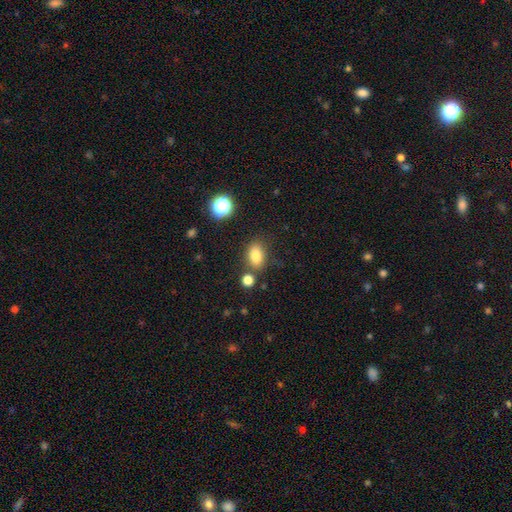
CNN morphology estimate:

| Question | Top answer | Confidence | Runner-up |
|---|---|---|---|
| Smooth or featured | smooth | 81% | star or artifact (12%) |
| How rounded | in between | 81% | round (16%) |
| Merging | none | 74% | minor disturbance (13%) |